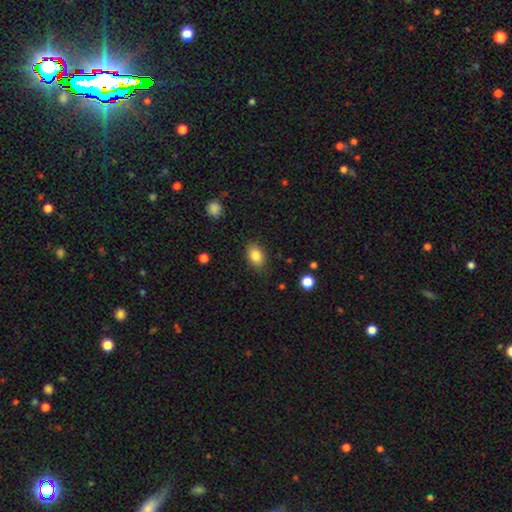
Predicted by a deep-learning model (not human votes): A smooth galaxy with no disk features (85%) that is in between round and cigar-shaped (82%).

Vote fractions:
- Smooth or featured? smooth: 85% / star or artifact: 9% / featured or disk: 7%
- How rounded? in between: 82% / round: 17% / cigar-shaped: 1%
- Merging? none: 84% / minor disturbance: 12% / major disturbance: 3% / merger: 1%